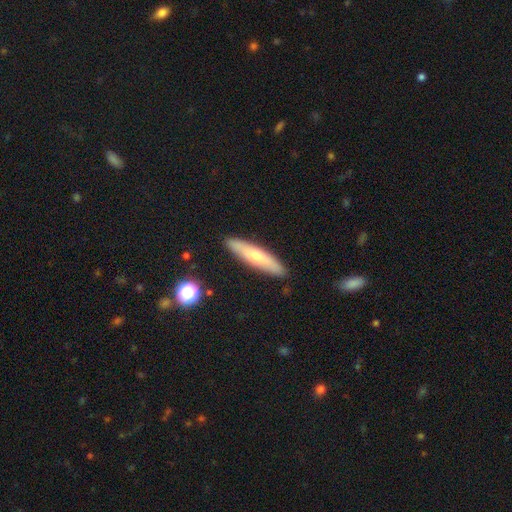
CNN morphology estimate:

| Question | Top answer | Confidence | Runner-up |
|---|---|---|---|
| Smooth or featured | smooth | 59% | featured or disk (35%) |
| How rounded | cigar-shaped | 84% | in between (14%) |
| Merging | none | 89% | minor disturbance (8%) |